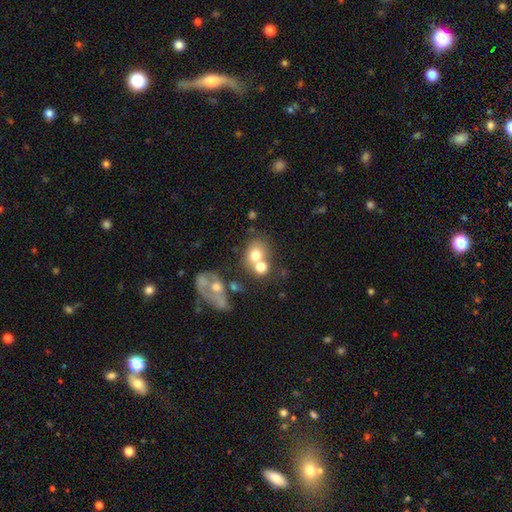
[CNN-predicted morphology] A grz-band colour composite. It shows a smooth galaxy with no disk features (67%) that is round (61%). Merging: merger (46%).